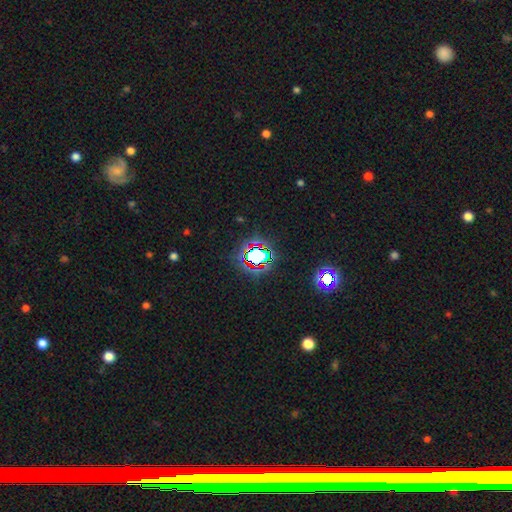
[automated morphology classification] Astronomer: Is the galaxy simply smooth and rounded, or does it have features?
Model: star or artifact — 66%.